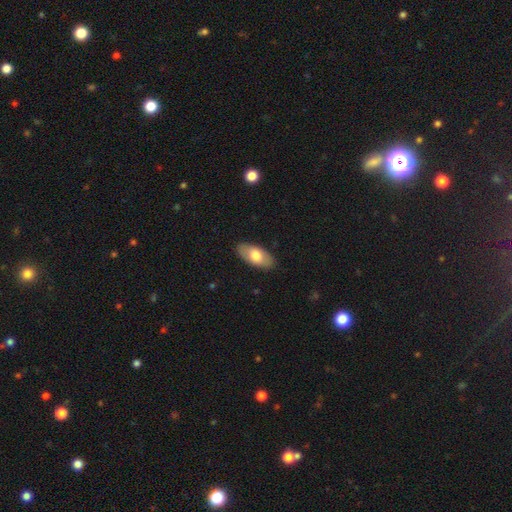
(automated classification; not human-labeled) A smooth galaxy with no disk features (74%) that is in between round and cigar-shaped (92%). Merging: none (88%).